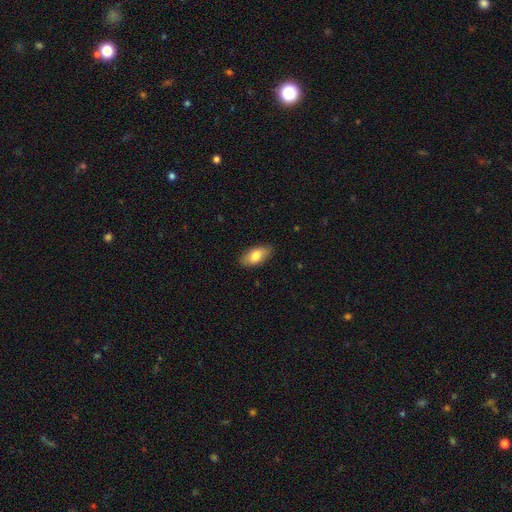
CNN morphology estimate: Overall: smooth (79%). How rounded: in between (90%). Merging: none (84%).